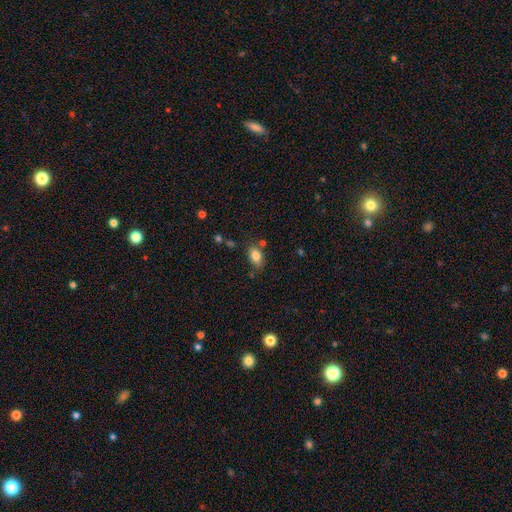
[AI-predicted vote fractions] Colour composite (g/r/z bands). It shows a smooth galaxy with no disk features (83%) that is in between round and cigar-shaped (88%). Merging: none (74%).